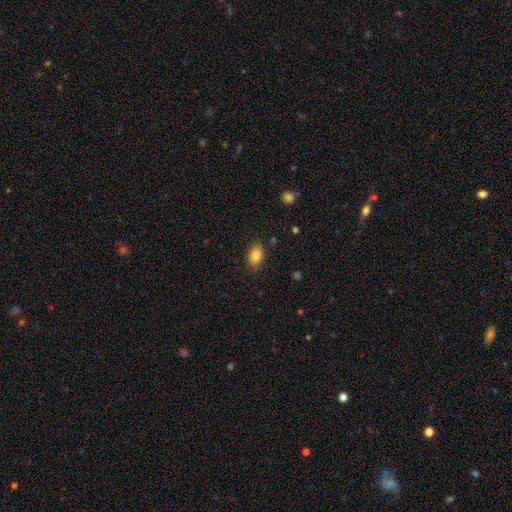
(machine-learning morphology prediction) This appears to be a smooth galaxy with no disk features (84%) that is in between round and cigar-shaped (80%). Merging: none (85%).